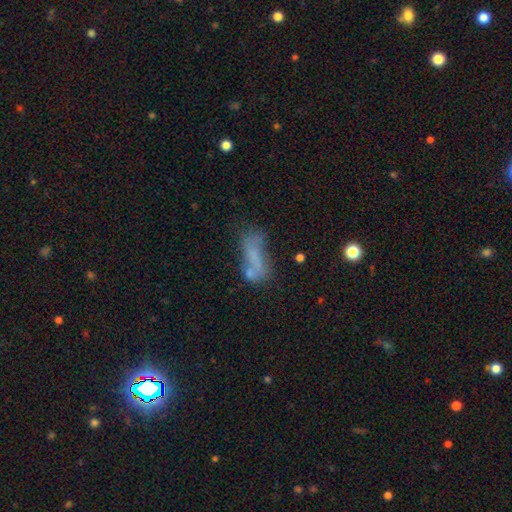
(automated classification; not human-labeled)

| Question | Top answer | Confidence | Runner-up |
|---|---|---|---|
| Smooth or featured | smooth | 44% | featured or disk (34%) |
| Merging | none | 39% | merger (25%) |